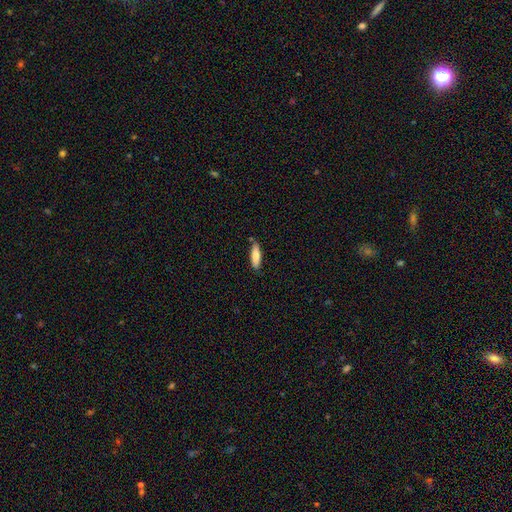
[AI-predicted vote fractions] smooth-or-featured: smooth: 82% | featured or disk: 13% | star or artifact: 6%
  how-rounded: cigar-shaped: 61% | in between: 38% | round: 1%
  merging: none: 81% | minor disturbance: 14% | merger: 2% | major disturbance: 2%